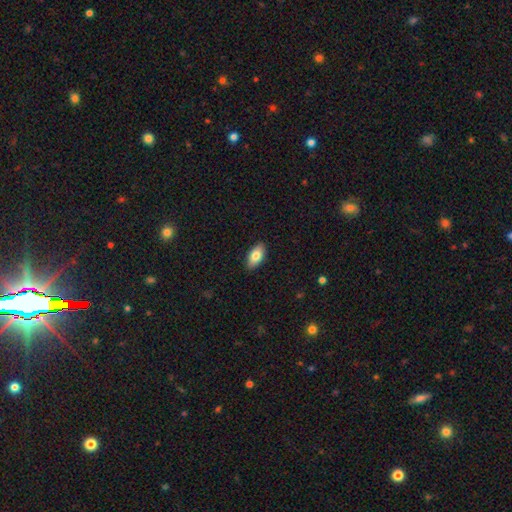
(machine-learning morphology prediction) smooth-or-featured: smooth: 81% | featured or disk: 13% | star or artifact: 7%
  how-rounded: in between: 93% | cigar-shaped: 4% | round: 3%
  merging: none: 89% | minor disturbance: 8% | major disturbance: 2% | merger: 1%